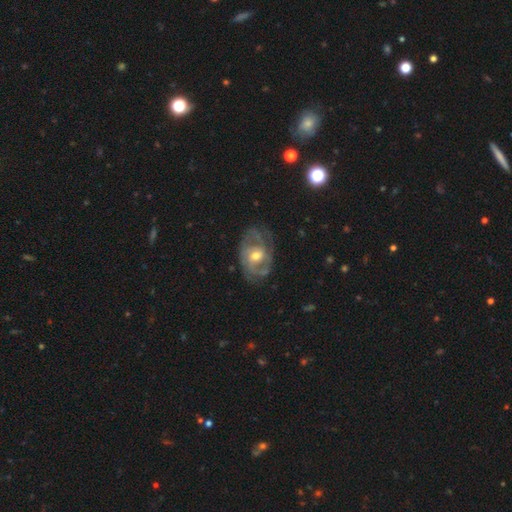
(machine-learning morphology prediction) The model was most divided on "spiral winding": tight: 49%, medium: 39%, loose: 12%. Remaining: edge-on disk — no (96%); spiral arms — yes (88%); smooth or featured — featured or disk (81%); merging — none (68%); bulge size — moderate (68%); bar — no (57%); spiral arm count — 2 (42%).